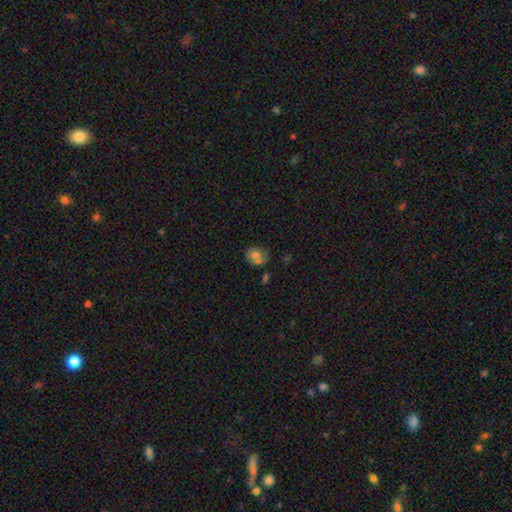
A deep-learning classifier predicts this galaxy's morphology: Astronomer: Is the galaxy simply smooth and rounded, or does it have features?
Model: smooth — 67%.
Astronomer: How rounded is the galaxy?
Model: round — 59% (runner-up: in between, 40%).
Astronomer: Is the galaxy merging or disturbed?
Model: none — 57%.